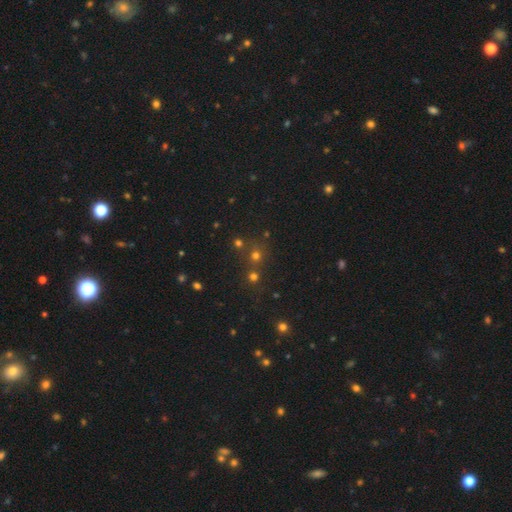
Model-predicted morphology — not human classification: This is possibly a smooth galaxy (52%). How rounded: clearly round (90%). Merging: likely none (67%).